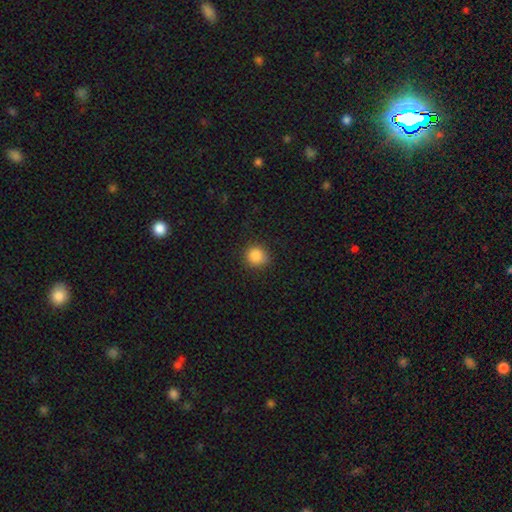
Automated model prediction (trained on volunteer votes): Smooth or featured? Predicted: smooth (p=0.87). How rounded? Predicted: round (p=0.90). Merging? Predicted: none (p=0.87).